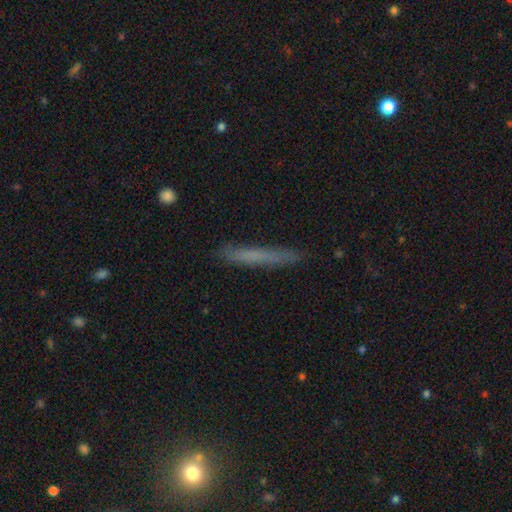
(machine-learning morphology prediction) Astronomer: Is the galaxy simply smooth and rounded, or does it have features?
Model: smooth — 65%.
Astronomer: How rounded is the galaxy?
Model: cigar-shaped — 96%.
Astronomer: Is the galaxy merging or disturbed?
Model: none — 86%.